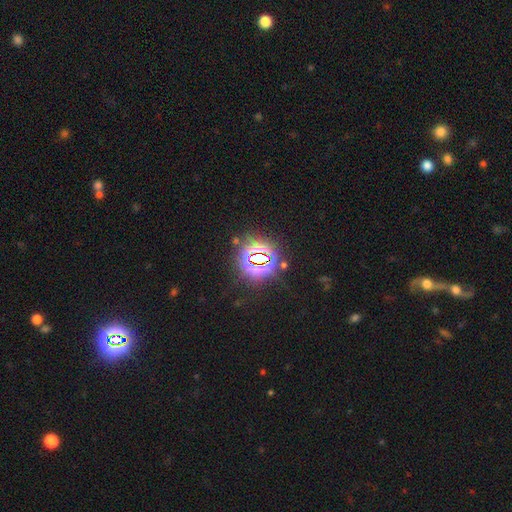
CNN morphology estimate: A star or artifact, not a galaxy (79%).

Vote fractions:
- Smooth or featured? star or artifact: 79% / smooth: 13% / featured or disk: 8%